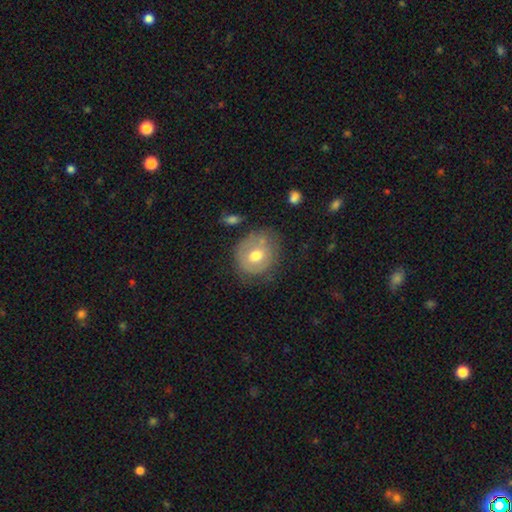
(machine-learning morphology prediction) Overall: smooth (55%; featured or disk 37%). How rounded: round (70%). Merging: none (58%; minor disturbance 25%).